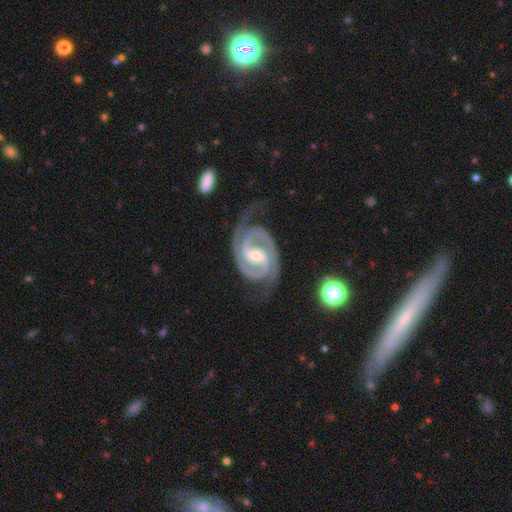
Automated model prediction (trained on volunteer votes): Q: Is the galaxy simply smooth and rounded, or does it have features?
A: featured or disk — 94%.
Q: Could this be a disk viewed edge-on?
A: no — 98%.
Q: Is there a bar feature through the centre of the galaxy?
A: weak — 41%.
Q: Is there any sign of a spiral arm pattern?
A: yes — 99%.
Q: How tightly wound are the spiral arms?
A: tight — 61%.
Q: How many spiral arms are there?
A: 2 — 89%.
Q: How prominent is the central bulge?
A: small — 56%.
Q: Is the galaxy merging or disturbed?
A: none — 73%.